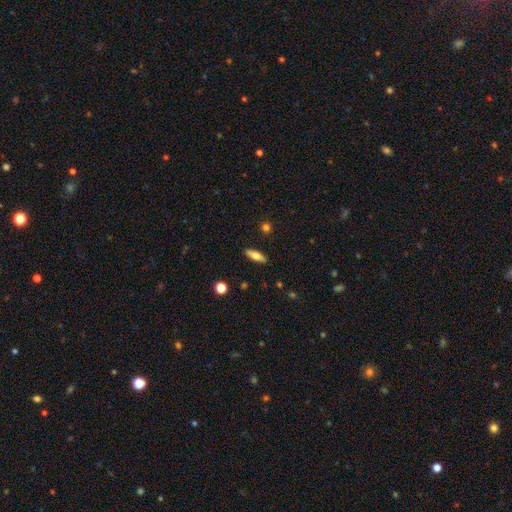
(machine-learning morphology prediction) smooth-or-featured: smooth: 66% | featured or disk: 27% | star or artifact: 7%
  how-rounded: in between: 51% | cigar-shaped: 46% | round: 3%
  merging: none: 89% | minor disturbance: 8% | major disturbance: 2% | merger: 1%